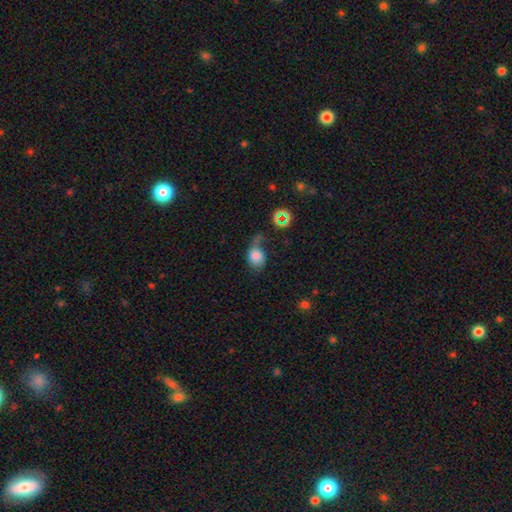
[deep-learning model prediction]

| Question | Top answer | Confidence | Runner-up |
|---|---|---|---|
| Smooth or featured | smooth | 72% | featured or disk (17%) |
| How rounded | in between | 55% | round (44%) |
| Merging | major disturbance | 35% | none (25%) |